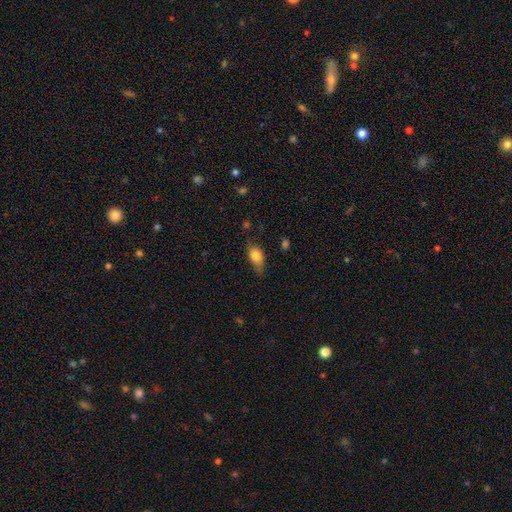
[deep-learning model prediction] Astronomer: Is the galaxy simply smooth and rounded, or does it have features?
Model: smooth — 78%.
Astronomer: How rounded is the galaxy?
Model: in between — 83%.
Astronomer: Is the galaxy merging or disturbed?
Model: none — 54% (runner-up: minor disturbance, 34%).